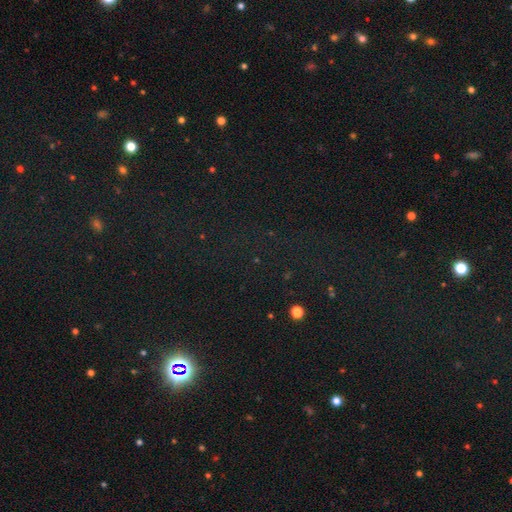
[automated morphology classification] type=star or artifact (75%).